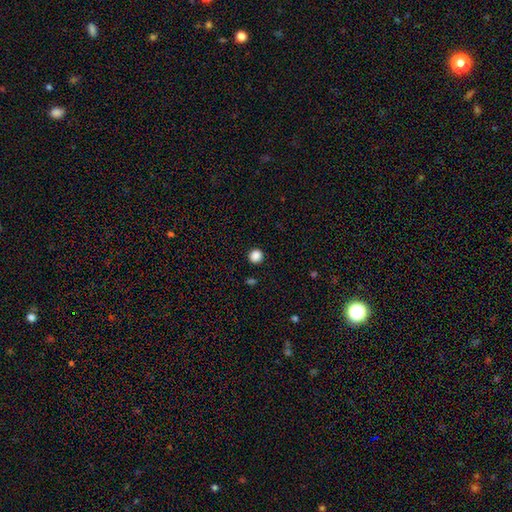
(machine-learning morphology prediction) The model was most divided on "smooth or featured": smooth: 87%, star or artifact: 10%, featured or disk: 2%. More confident: how rounded — round (94%); merging — none (92%).